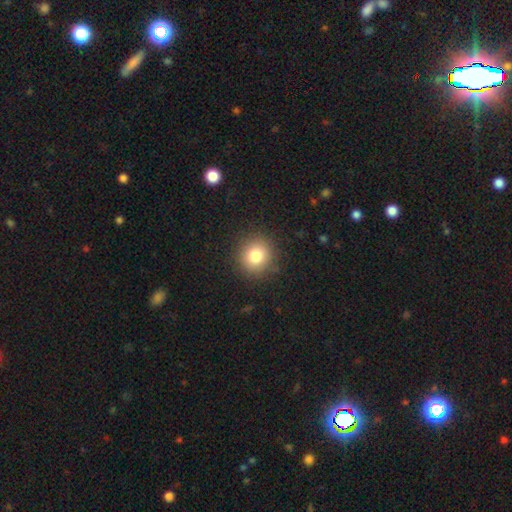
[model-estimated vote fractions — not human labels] Smooth or featured?
  - smooth: 80% *
  - star or artifact: 12%
  - featured or disk: 8%
How rounded?
  - round: 90% *
  - in between: 9%
  - cigar-shaped: 1%
Merging?
  - none: 90% *
  - minor disturbance: 7%
  - major disturbance: 3%
  - merger: 1%